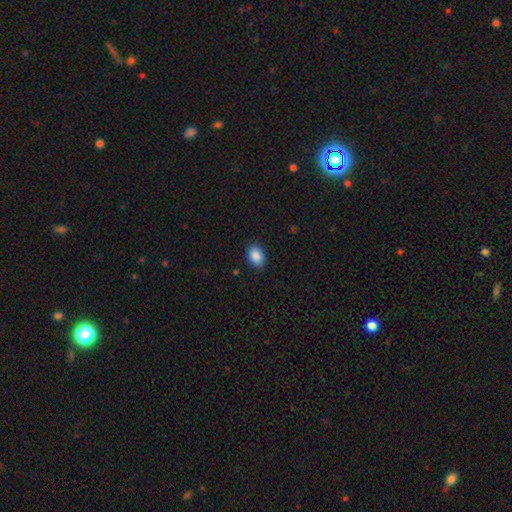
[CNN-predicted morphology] The model was most divided on "how rounded": in between: 80%, round: 19%, cigar-shaped: 1%. More confident: smooth or featured — smooth (89%); merging — none (86%).